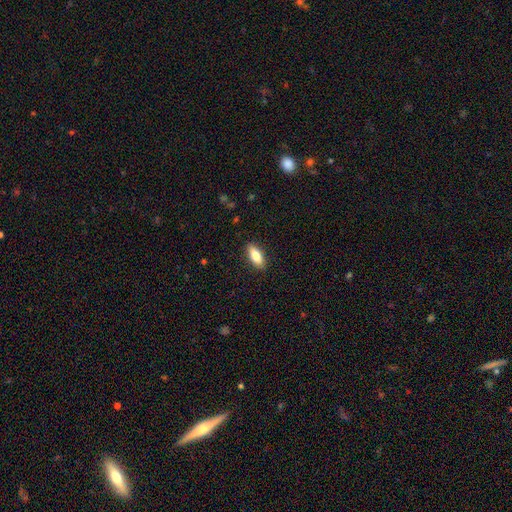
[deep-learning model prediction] This appears to be a smooth galaxy with no disk features (79%) that is in between round and cigar-shaped (79%). Merging: none (89%).